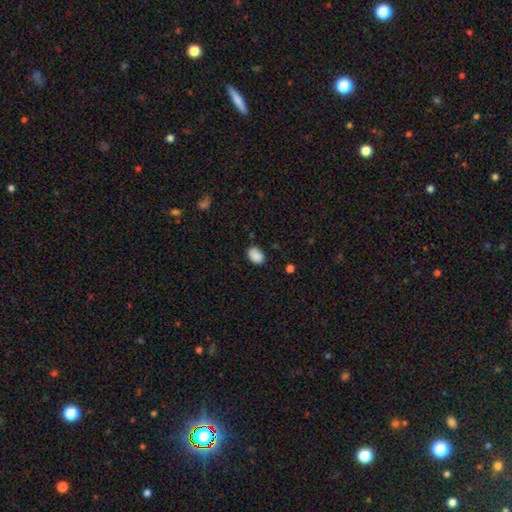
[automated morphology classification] Smooth or featured? smooth (88%)
How rounded? in between (78%)
Merging? none (78%)